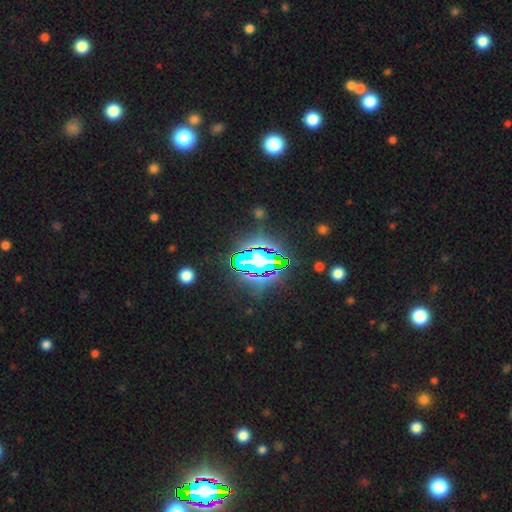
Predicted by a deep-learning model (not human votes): A star or artifact, not a galaxy (74%).

Vote fractions:
- Smooth or featured? star or artifact: 74% / smooth: 15% / featured or disk: 11%